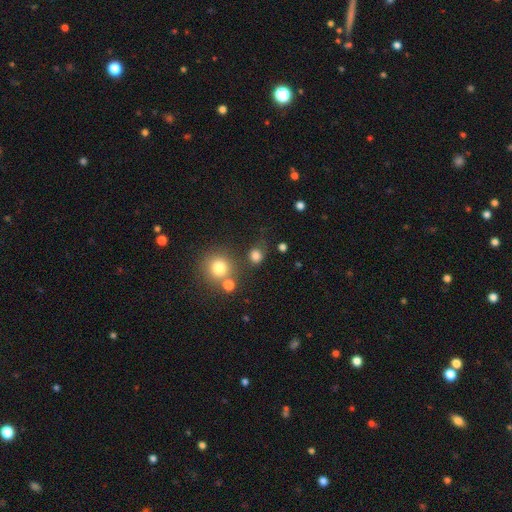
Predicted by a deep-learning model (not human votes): A smooth galaxy with no disk features (79%) that is round (79%). Merging: none (71%).